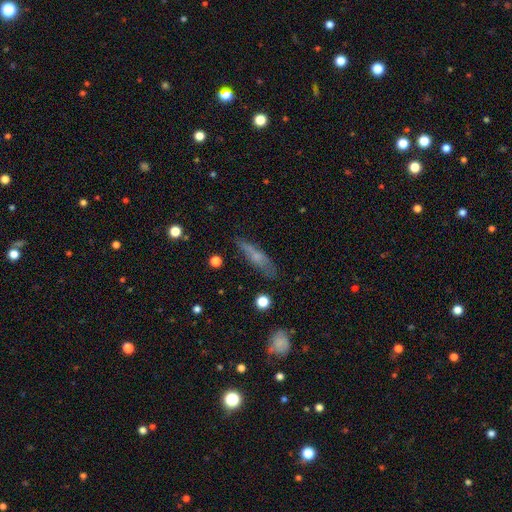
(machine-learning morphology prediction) This is possibly a smooth galaxy (56%). How rounded: likely cigar-shaped (74%). Merging: likely none (71%).